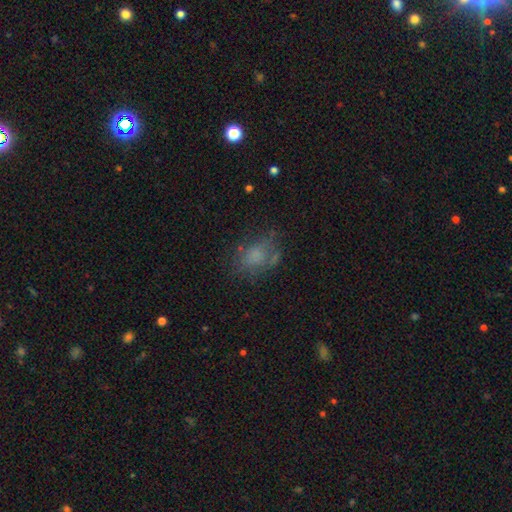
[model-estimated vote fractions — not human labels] Smooth or featured: smooth — 64% (featured or disk — 21%)
How rounded: in between — 68% (round — 30%)
Merging: none — 55% (minor disturbance — 23%)